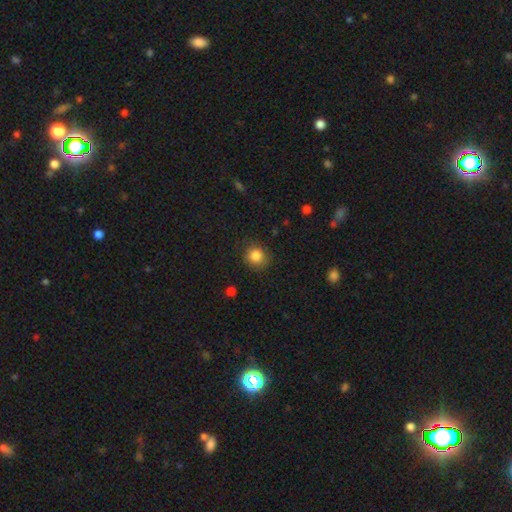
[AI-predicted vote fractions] smooth_or_featured: smooth (p=0.84) [alt: star or artifact p=0.10]
how_rounded: round (p=0.85) [alt: in between p=0.14]
merging: none (p=0.83) [alt: minor disturbance p=0.12]